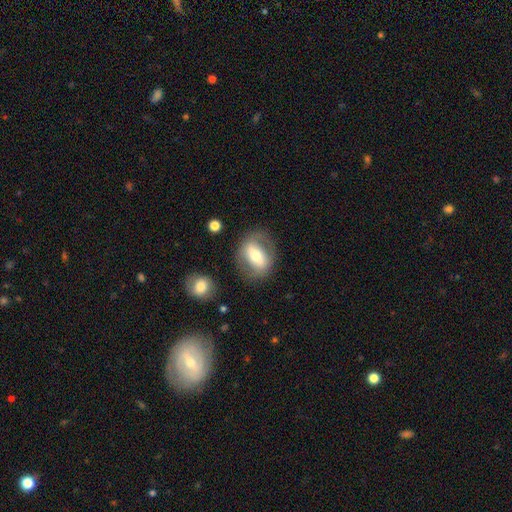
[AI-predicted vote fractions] A featured or disk galaxy (47%). Merging: none (77%).